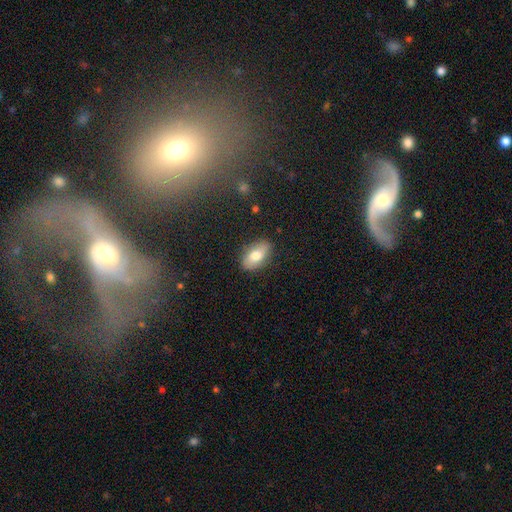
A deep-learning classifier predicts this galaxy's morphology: The model was most divided on "smooth or featured": smooth: 75%, featured or disk: 18%, star or artifact: 7%. More confident: how rounded — in between (92%); merging — none (84%).